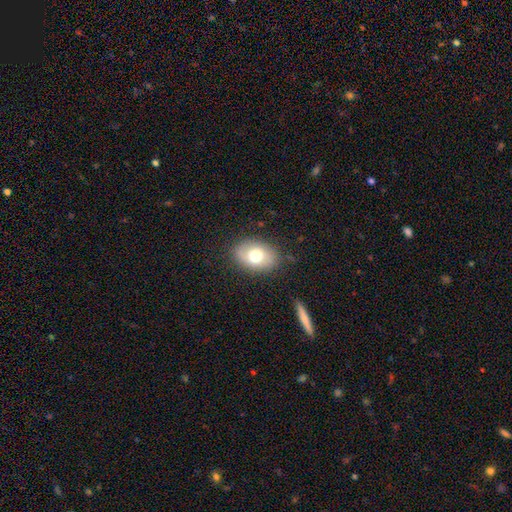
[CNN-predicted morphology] smooth_or_featured: smooth (p=0.69) [alt: featured or disk p=0.24]
how_rounded: in between (p=0.79) [alt: round p=0.20]
merging: none (p=0.81) [alt: minor disturbance p=0.14]